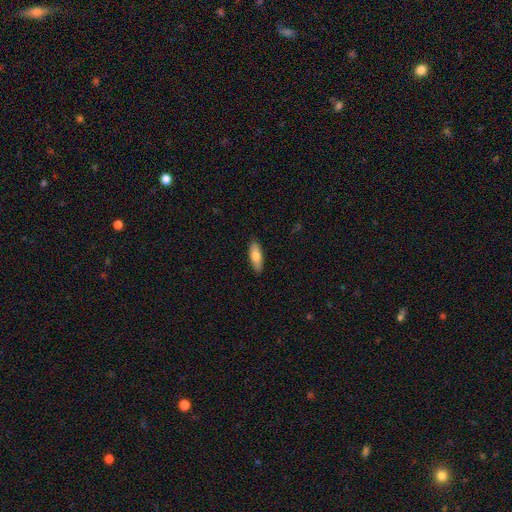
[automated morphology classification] smooth-or-featured: smooth: 76% | featured or disk: 18% | star or artifact: 6%
  how-rounded: in between: 61% | cigar-shaped: 37% | round: 2%
  merging: none: 89% | minor disturbance: 8% | major disturbance: 2% | merger: 1%